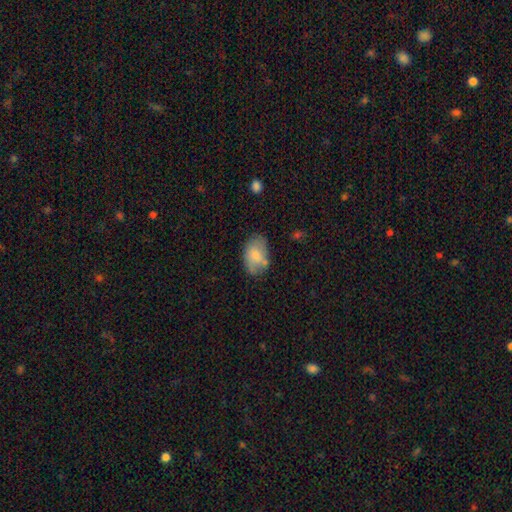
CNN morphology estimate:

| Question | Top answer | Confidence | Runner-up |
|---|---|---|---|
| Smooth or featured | smooth | 73% | featured or disk (20%) |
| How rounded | in between | 89% | round (10%) |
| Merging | none | 64% | minor disturbance (23%) |